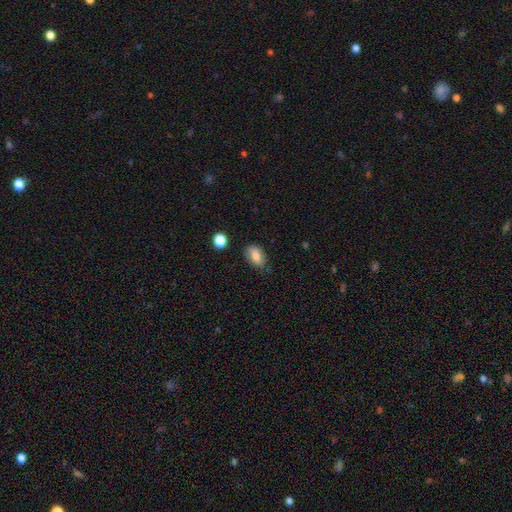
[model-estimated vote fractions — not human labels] smooth_or_featured: smooth (p=0.81) [alt: featured or disk p=0.11]
how_rounded: in between (p=0.90) [alt: round p=0.08]
merging: none (p=0.74) [alt: minor disturbance p=0.19]